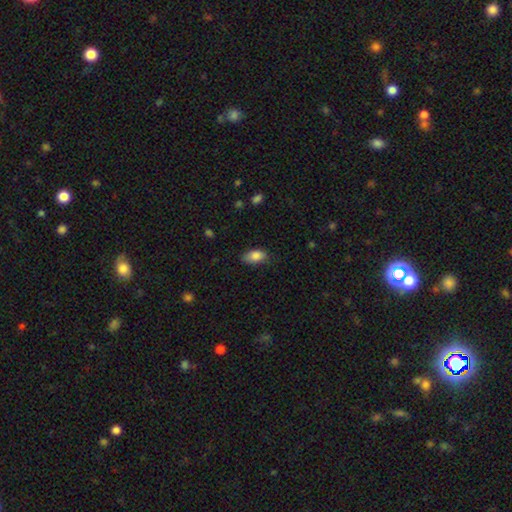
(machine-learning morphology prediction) smooth 86%, star or artifact 7%, featured or disk 7%. Down the decision tree: how rounded — in between (92%); merging — none (72%).